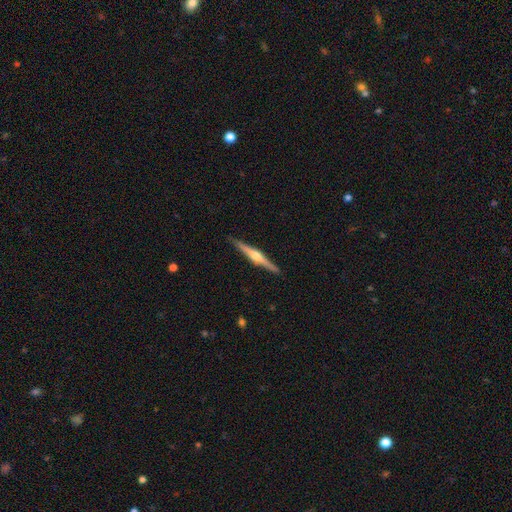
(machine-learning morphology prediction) smooth_or_featured: featured or disk (p=0.78) [alt: smooth p=0.17]
disk_edge_on: yes (p=0.98) [alt: no p=0.02]
edge_on_bulge: rounded (p=0.90) [alt: boxy p=0.06]
merging: none (p=0.91) [alt: minor disturbance p=0.07]